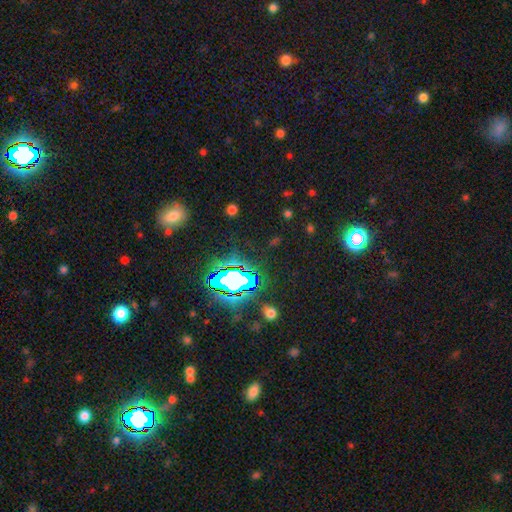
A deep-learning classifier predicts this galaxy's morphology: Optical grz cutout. It shows a star or artifact, not a galaxy (80%).